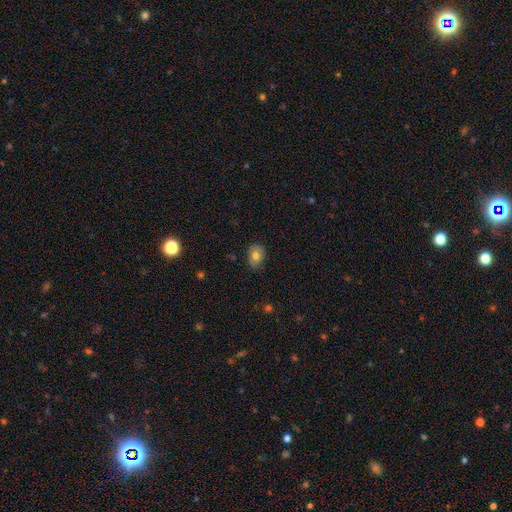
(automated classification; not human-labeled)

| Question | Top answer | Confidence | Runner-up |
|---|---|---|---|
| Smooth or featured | smooth | 73% | featured or disk (18%) |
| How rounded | in between | 65% | round (34%) |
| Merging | none | 75% | minor disturbance (20%) |